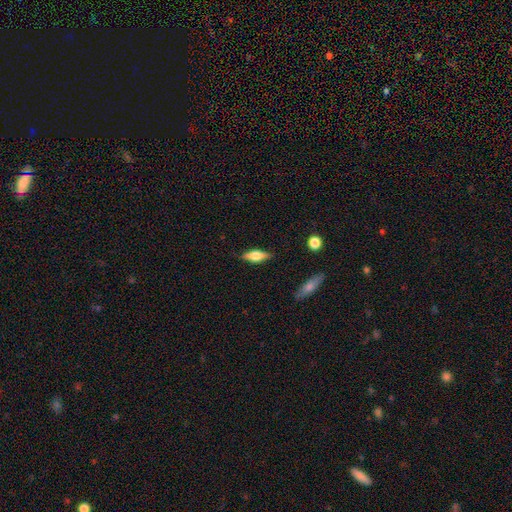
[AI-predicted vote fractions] Smooth or featured? Predicted: smooth (p=0.49). Merging? Predicted: none (p=0.85).